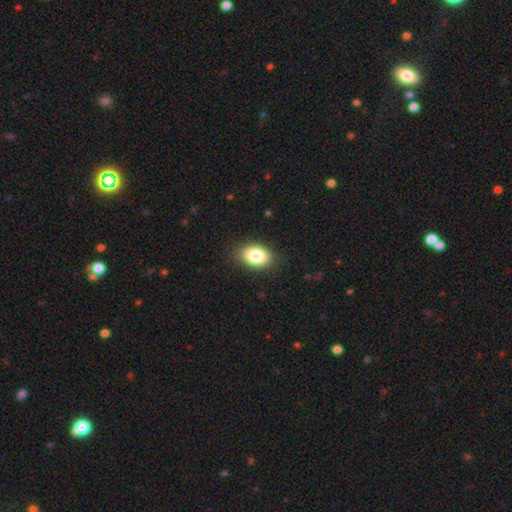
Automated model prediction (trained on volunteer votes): Morphology: type=smooth (82%); roundness=in between (84%); merging=none (86%).